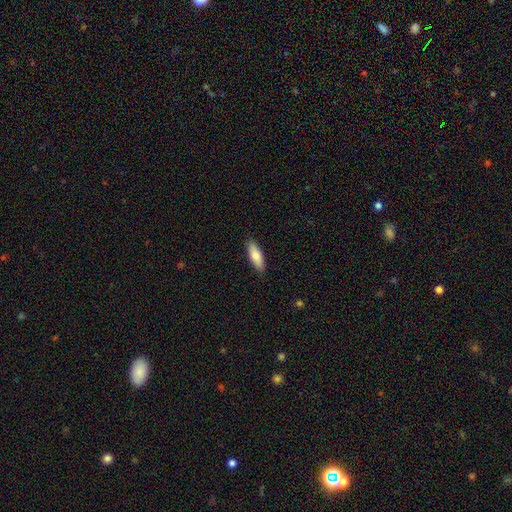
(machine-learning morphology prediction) Smooth or featured: smooth — 79% (featured or disk — 16%)
How rounded: in between — 54% (cigar-shaped — 45%)
Merging: none — 88% (minor disturbance — 9%)